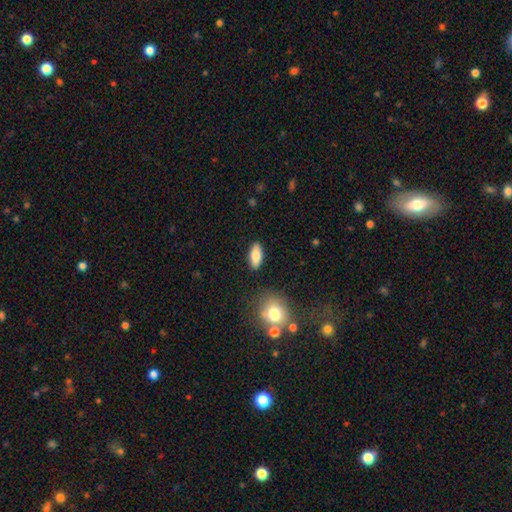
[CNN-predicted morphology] The model was most divided on "how rounded": in between: 83%, cigar-shaped: 14%, round: 3%. More confident: merging — none (87%); smooth or featured — smooth (83%).